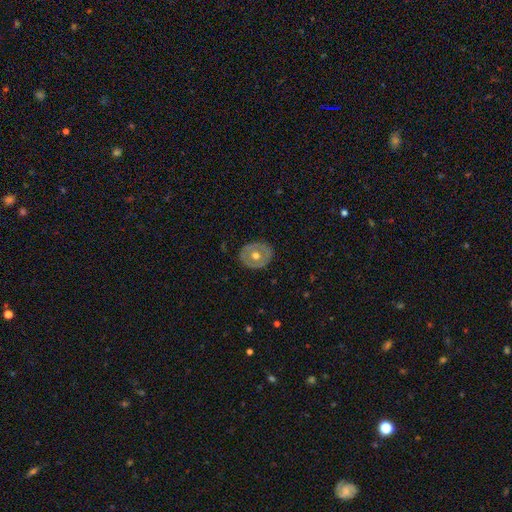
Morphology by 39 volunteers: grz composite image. It shows a featured or disk galaxy (49%) with no bar (78%), no spiral arms (83%) and a moderate central bulge (83%). Merging: none (83%).